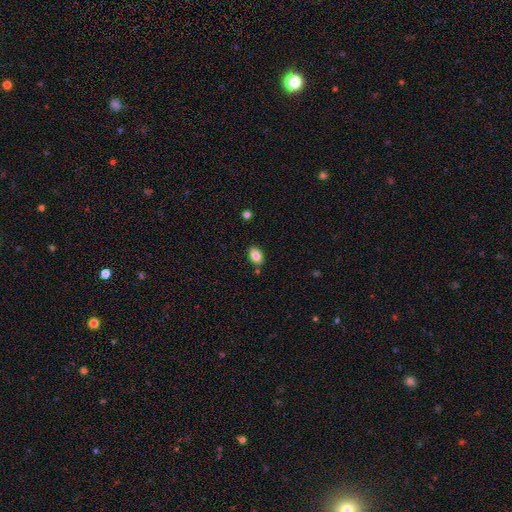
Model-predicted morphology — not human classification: type=smooth (85%); roundness=in between (87%); merging=none (85%).